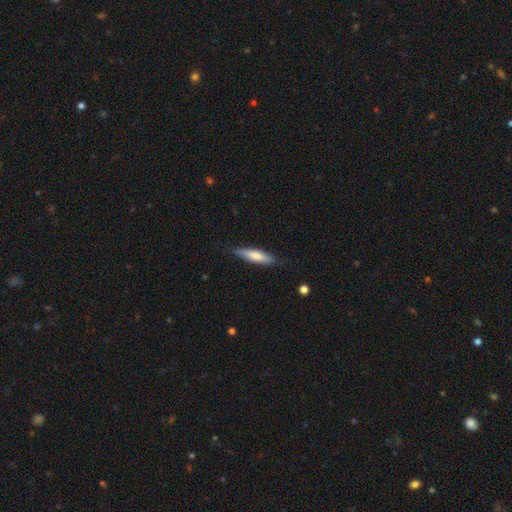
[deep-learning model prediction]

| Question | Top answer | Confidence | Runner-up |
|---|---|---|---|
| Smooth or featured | smooth | 73% | featured or disk (21%) |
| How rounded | cigar-shaped | 67% | in between (31%) |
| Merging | none | 76% | minor disturbance (19%) |